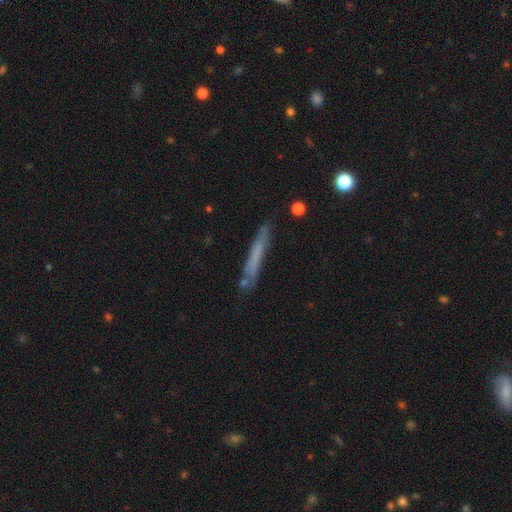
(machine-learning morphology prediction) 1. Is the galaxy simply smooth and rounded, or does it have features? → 58% smooth, 34% featured or disk, 8% star or artifact.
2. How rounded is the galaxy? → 95% cigar-shaped, 3% in between, 2% round.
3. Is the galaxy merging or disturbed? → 78% none, 15% minor disturbance, 4% merger, 3% major disturbance.